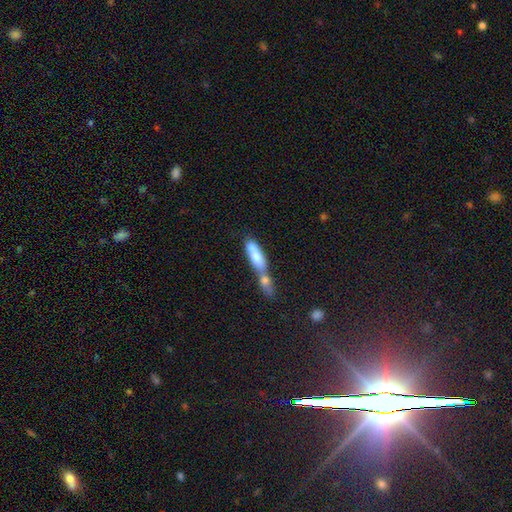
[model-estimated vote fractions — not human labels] smooth 72%, featured or disk 21%, star or artifact 7%. Down the decision tree: how rounded — cigar-shaped (58%); merging — merger (67%).